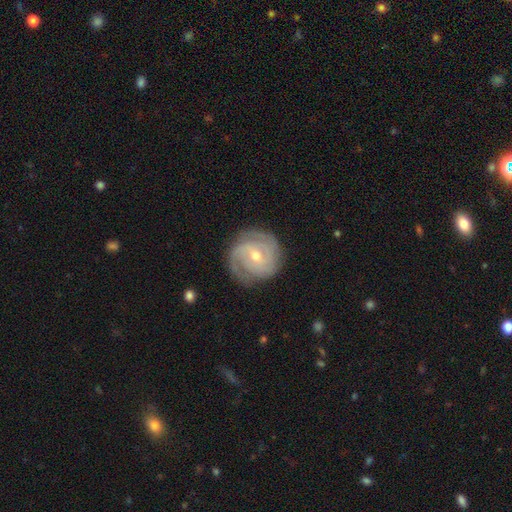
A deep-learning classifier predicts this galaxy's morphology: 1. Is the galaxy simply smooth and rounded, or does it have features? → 86% featured or disk, 9% smooth, 5% star or artifact.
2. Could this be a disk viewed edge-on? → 98% no, 2% yes.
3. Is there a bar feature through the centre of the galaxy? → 44% no (tied), 44% weak (tied), 12% strong.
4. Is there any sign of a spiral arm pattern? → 97% yes, 3% no.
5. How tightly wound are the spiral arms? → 70% tight, 25% medium, 5% loose.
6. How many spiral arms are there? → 34% 2, 32% 3, 18% can't tell, 7% 4, 5% 1, 5% more than 4.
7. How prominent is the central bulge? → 49% moderate, 48% small, 1% large, 1% none, 1% dominant.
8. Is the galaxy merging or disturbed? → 82% none, 13% minor disturbance, 4% major disturbance, 1% merger.